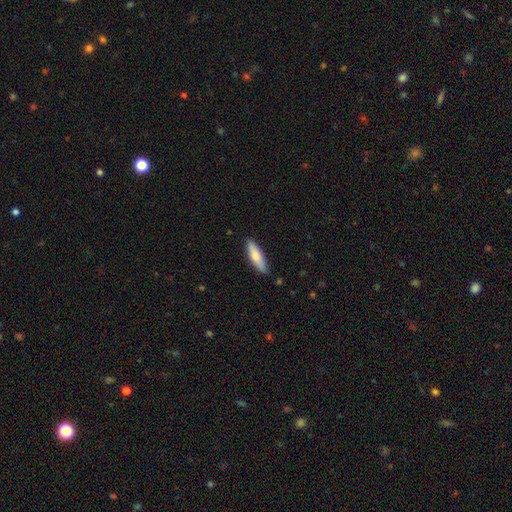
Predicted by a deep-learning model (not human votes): Q: Smooth or featured?
A: smooth (72%); runner-up: featured or disk (23%)
Q: How rounded?
A: cigar-shaped (65%); runner-up: in between (33%)
Q: Merging?
A: none (87%); runner-up: minor disturbance (10%)